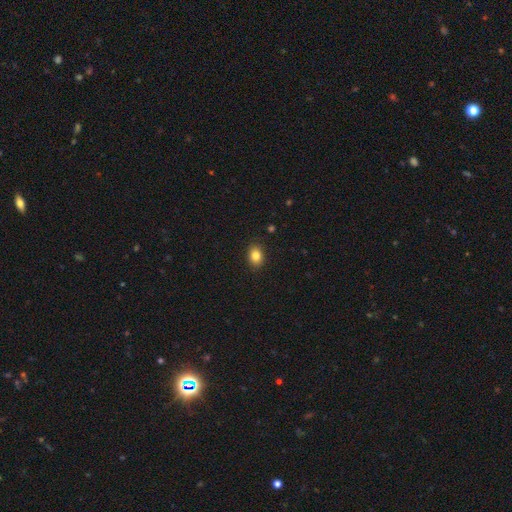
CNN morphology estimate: Overall: smooth (84%). How rounded: in between (68%; round 31%). Merging: none (89%).